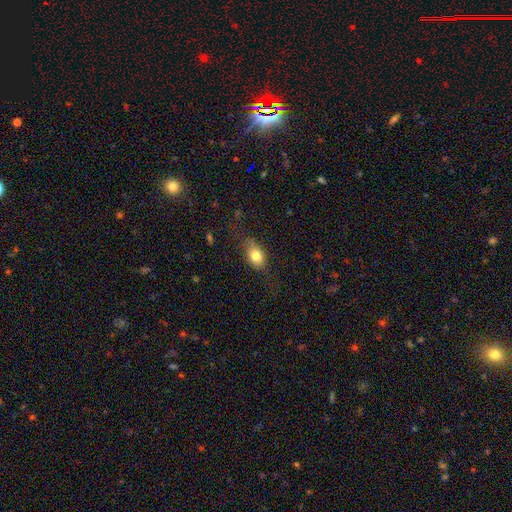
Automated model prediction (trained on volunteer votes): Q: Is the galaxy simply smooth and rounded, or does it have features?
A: smooth — 77%.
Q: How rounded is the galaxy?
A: in between — 78%.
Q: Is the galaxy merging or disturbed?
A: none — 67%.